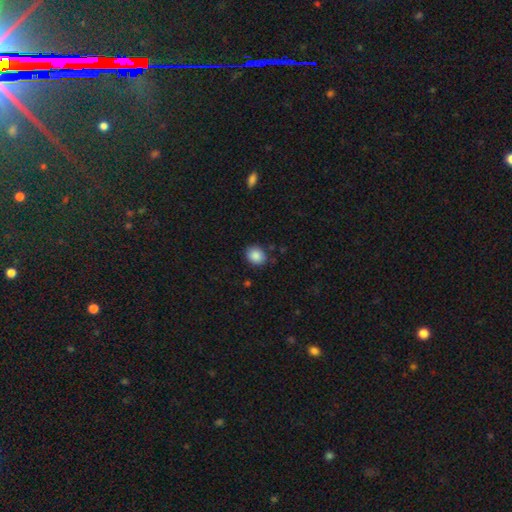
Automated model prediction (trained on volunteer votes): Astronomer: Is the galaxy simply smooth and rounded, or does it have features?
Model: smooth — 88%.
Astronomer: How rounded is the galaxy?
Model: round — 59% (runner-up: in between, 40%).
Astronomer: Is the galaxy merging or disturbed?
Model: none — 84%.